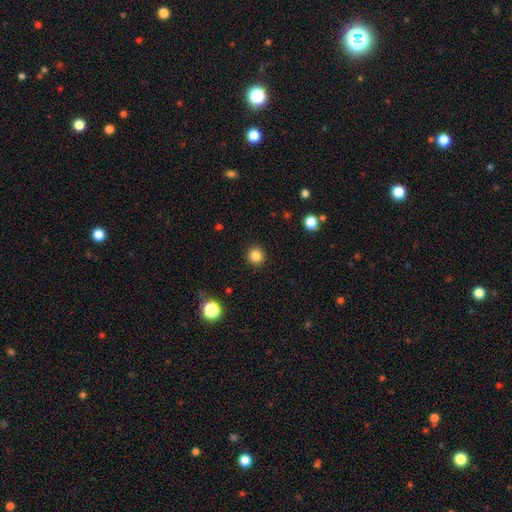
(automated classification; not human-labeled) Q: Smooth or featured?
A: smooth (84%); runner-up: star or artifact (12%)
Q: How rounded?
A: round (94%); runner-up: in between (5%)
Q: Merging?
A: none (92%); runner-up: minor disturbance (5%)